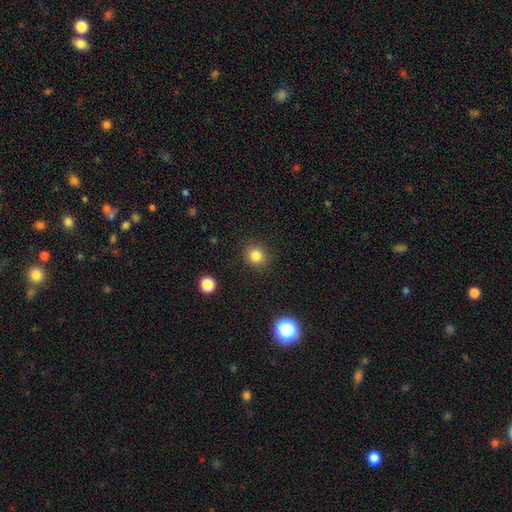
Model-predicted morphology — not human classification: Smooth or featured: smooth — 82% (star or artifact — 12%)
How rounded: round — 81% (in between — 18%)
Merging: none — 89% (minor disturbance — 7%)